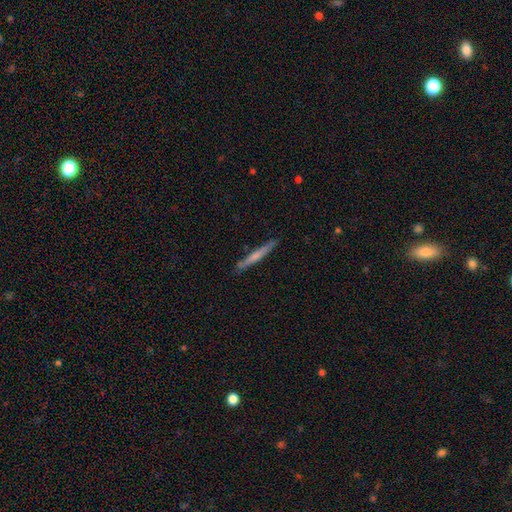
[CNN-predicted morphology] smooth 51%, featured or disk 43%, star or artifact 6%. Down the decision tree: how rounded — cigar-shaped (96%); merging — none (87%).